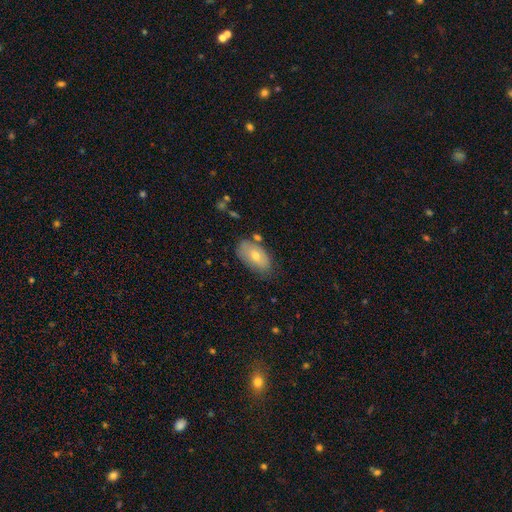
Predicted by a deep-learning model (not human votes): A smooth galaxy with no disk features (68%) that is in between round and cigar-shaped (93%).

Vote fractions:
- Smooth or featured? smooth: 68% / featured or disk: 25% / star or artifact: 7%
- How rounded? in between: 93% / round: 5% / cigar-shaped: 2%
- Merging? none: 68% / minor disturbance: 21% / merger: 6% / major disturbance: 5%